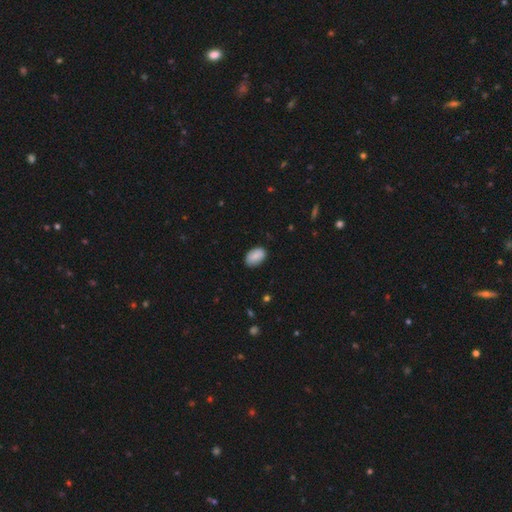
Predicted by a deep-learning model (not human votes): This appears to be a smooth galaxy with no disk features (85%) that is in between round and cigar-shaped (90%). Merging: none (82%).